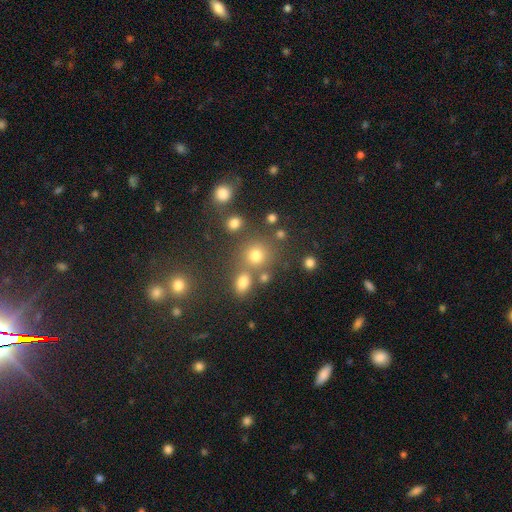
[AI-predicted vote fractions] Overall: smooth (71%). How rounded: round (86%). Merging: none (68%).